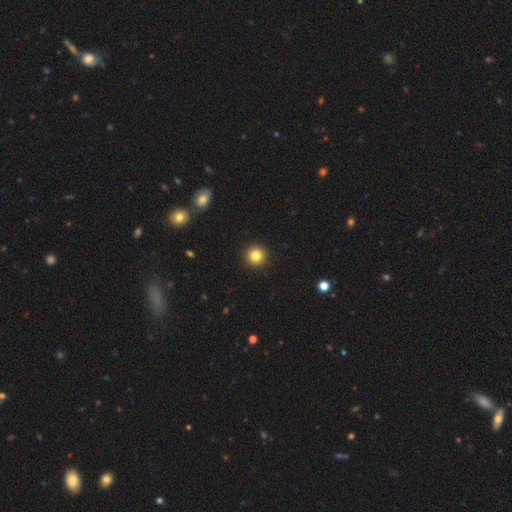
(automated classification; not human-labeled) Morphology: type=smooth (83%); roundness=round (95%); merging=none (93%).